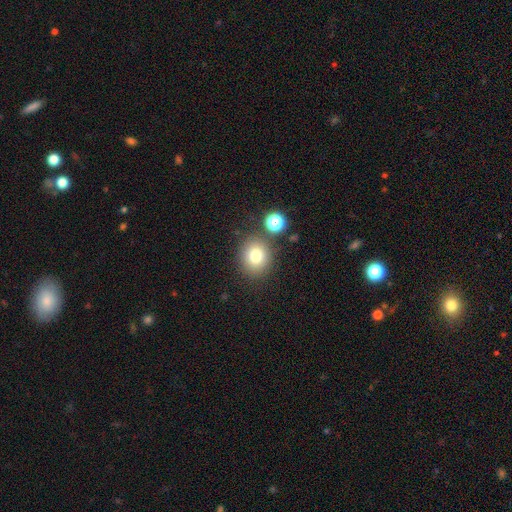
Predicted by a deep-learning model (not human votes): Q: Smooth or featured?
A: smooth (78%); runner-up: star or artifact (13%)
Q: How rounded?
A: round (78%); runner-up: in between (21%)
Q: Merging?
A: none (80%); runner-up: minor disturbance (9%)